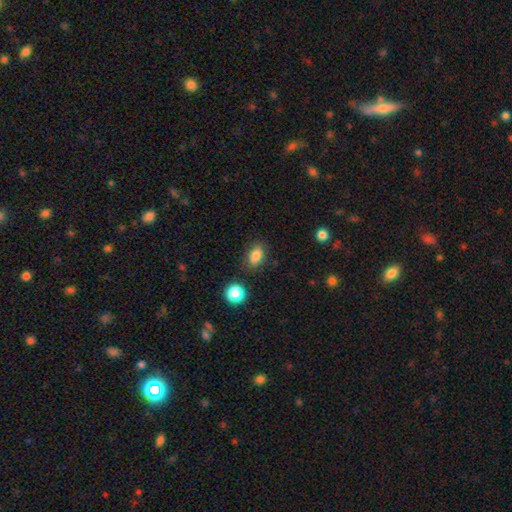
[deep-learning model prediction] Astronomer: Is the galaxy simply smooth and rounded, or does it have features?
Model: smooth — 83%.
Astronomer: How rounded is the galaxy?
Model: in between — 82%.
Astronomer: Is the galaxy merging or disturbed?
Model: none — 80%.